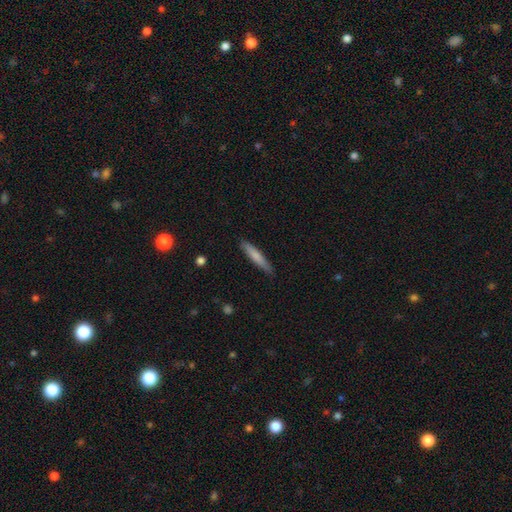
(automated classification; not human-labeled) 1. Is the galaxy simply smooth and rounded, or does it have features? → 74% smooth, 21% featured or disk, 5% star or artifact.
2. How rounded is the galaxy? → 91% cigar-shaped, 8% in between, 1% round.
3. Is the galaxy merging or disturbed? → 85% none, 12% minor disturbance, 2% major disturbance, 1% merger.